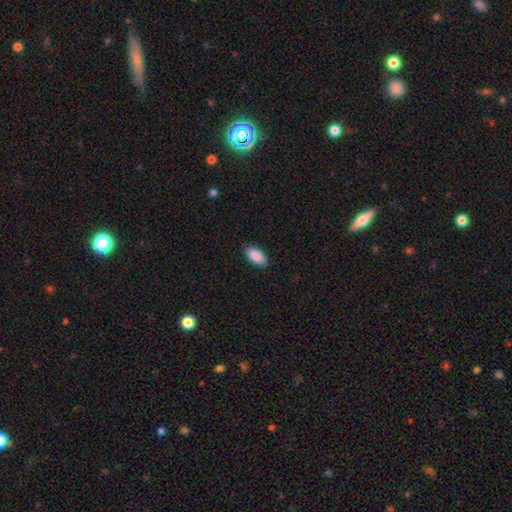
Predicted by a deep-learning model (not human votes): Q: Smooth or featured?
A: smooth (90%); runner-up: star or artifact (6%)
Q: How rounded?
A: in between (94%); runner-up: cigar-shaped (4%)
Q: Merging?
A: none (88%); runner-up: minor disturbance (10%)